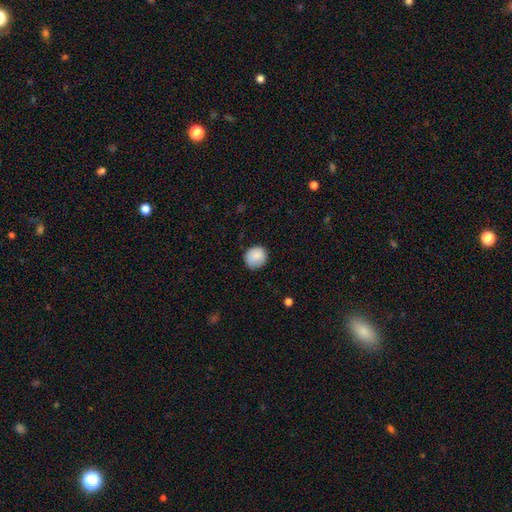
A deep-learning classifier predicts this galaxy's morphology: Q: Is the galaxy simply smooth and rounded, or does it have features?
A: smooth — 88%.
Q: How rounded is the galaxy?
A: round — 86%.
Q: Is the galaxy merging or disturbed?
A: none — 82%.